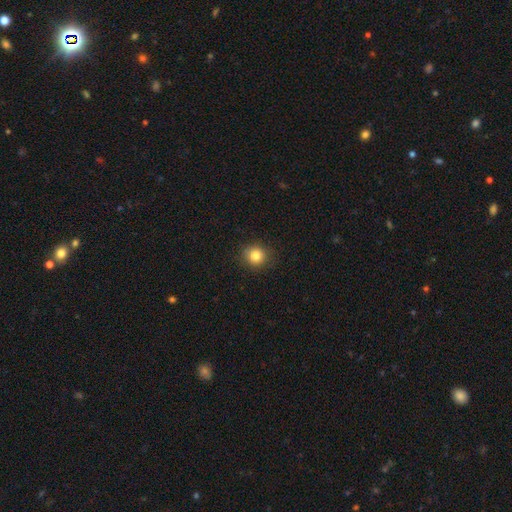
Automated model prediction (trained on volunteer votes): This is clearly a smooth galaxy (82%). How rounded: clearly round (90%). Merging: clearly none (89%).